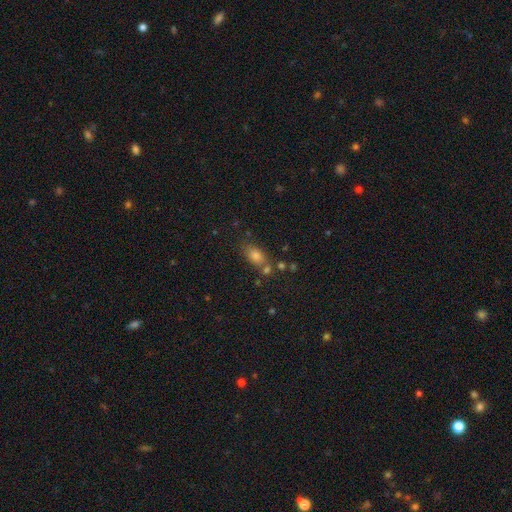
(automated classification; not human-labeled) Overall: smooth (74%). How rounded: in between (78%). Merging: none (62%).